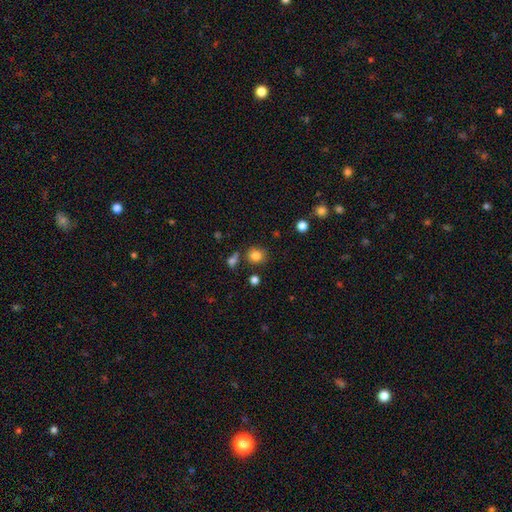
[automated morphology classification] Q: Smooth or featured?
A: smooth (83%); runner-up: star or artifact (11%)
Q: How rounded?
A: round (79%); runner-up: in between (20%)
Q: Merging?
A: none (77%); runner-up: minor disturbance (12%)